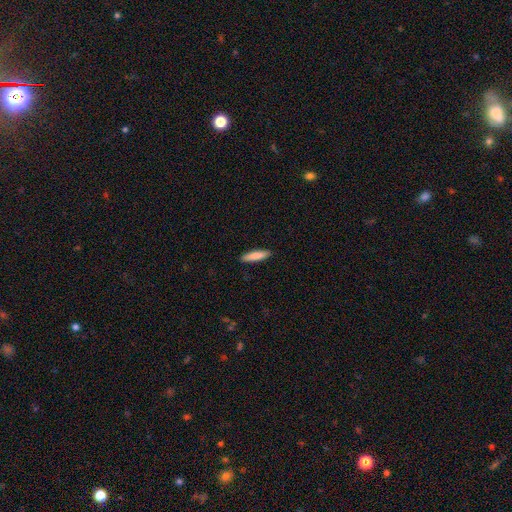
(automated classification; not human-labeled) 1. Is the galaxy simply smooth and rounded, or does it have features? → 84% smooth, 10% featured or disk, 5% star or artifact.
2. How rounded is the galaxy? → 77% cigar-shaped, 21% in between, 1% round.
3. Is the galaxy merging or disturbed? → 90% none, 7% minor disturbance, 2% major disturbance, 1% merger.